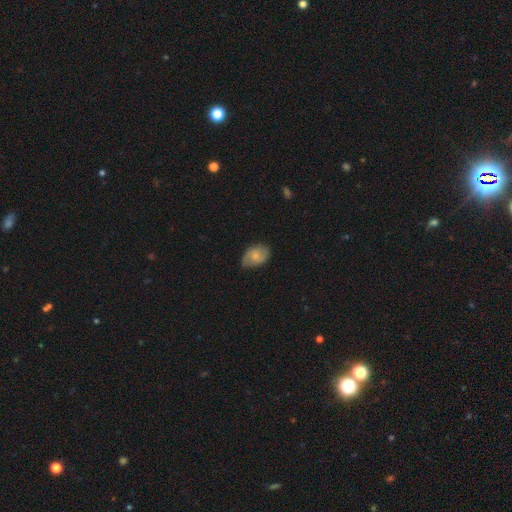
smooth-or-featured: smooth: 55% | featured or disk: 37% | star or artifact: 8%
  how-rounded: in between: 90% | round: 10% | cigar-shaped: 0%
  merging: none: 60% | minor disturbance: 37% | major disturbance: 3% | merger: 0%